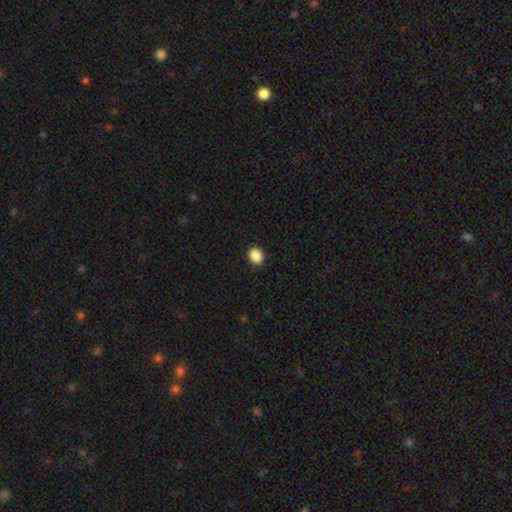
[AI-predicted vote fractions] This appears to be a smooth galaxy with no disk features (89%) that is round (53%). Merging: none (91%).